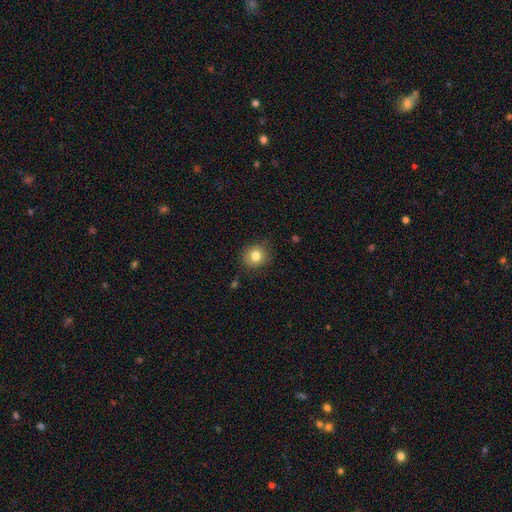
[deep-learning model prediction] The model was most divided on "smooth or featured": smooth: 80%, star or artifact: 10%, featured or disk: 9%. More confident: how rounded — round (85%); merging — none (84%).